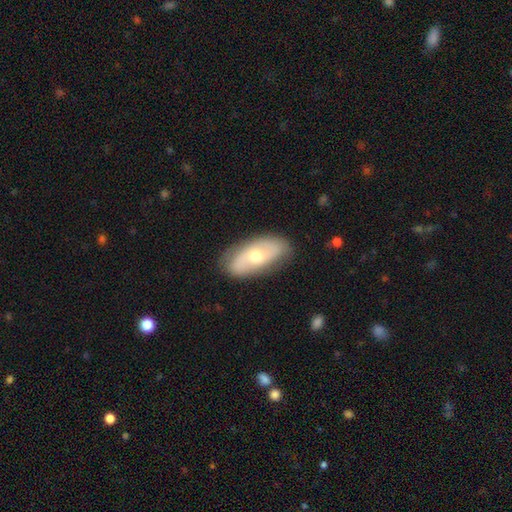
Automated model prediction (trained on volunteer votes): This is possibly a featured or disk galaxy (53%). It is clearly not viewed edge-on (88%). Merging: clearly none (81%).